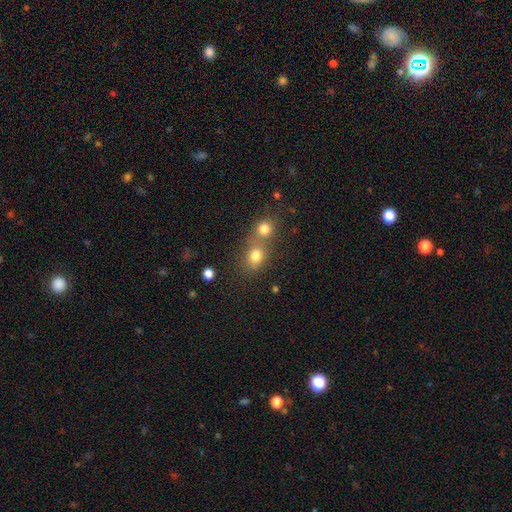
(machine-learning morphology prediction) type=smooth (78%); roundness=round (66%); merging=merger (47%).